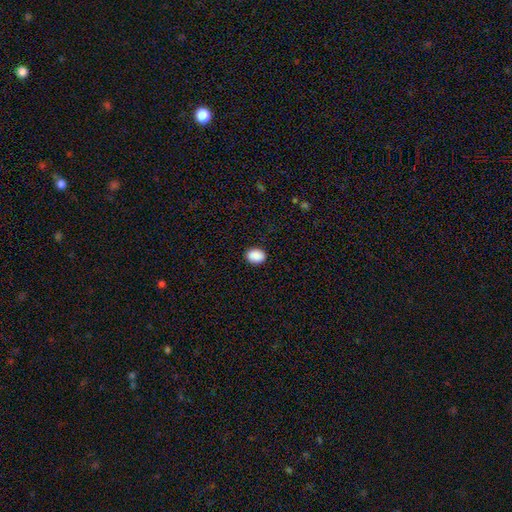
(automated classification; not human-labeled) This appears to be a smooth galaxy with no disk features (90%) that is in between round and cigar-shaped (67%). Merging: none (90%).